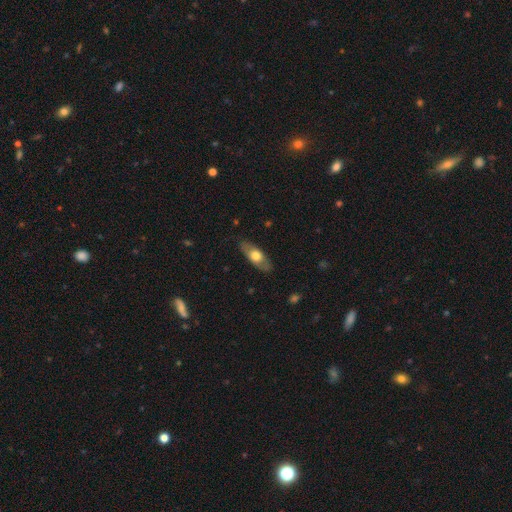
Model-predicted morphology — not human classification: This appears to be a smooth galaxy with no disk features (59%) that is in between round and cigar-shaped (76%). Merging: none (83%).